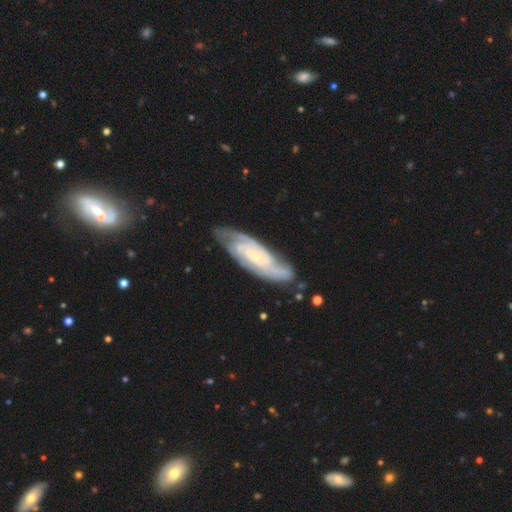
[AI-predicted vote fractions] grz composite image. It shows a featured or disk galaxy (84%) with no bar (60%), 2 (48%) tight (61%) spiral arms (96%) and a small central bulge (75%). Merging: none (74%).